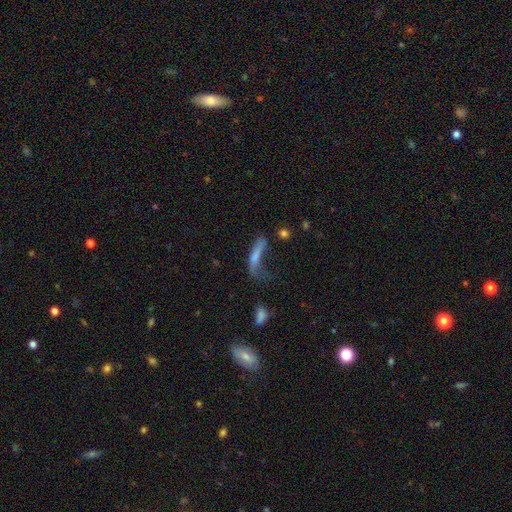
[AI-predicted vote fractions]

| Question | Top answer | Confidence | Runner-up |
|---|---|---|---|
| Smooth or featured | smooth | 63% | featured or disk (27%) |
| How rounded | cigar-shaped | 65% | in between (32%) |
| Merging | major disturbance | 51% | none (21%) |